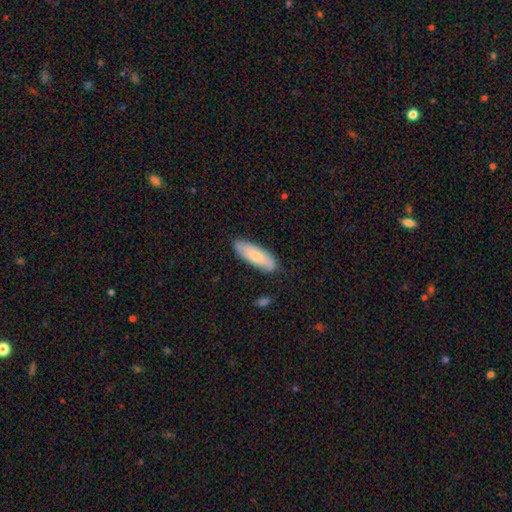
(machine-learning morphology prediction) Q: Smooth or featured?
A: smooth (72%); runner-up: featured or disk (22%)
Q: How rounded?
A: in between (56%); runner-up: cigar-shaped (42%)
Q: Merging?
A: none (84%); runner-up: minor disturbance (13%)